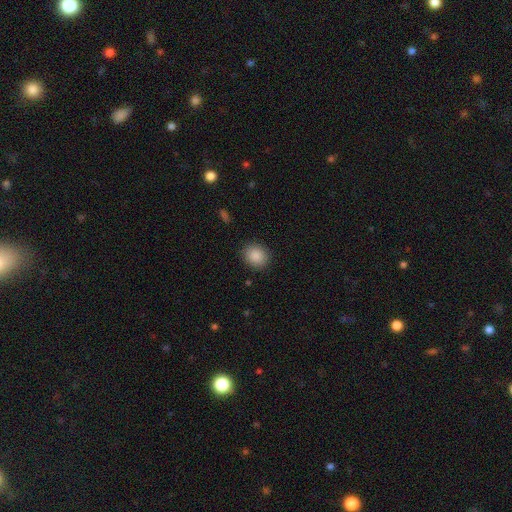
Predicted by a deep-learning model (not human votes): Overall: smooth (87%). How rounded: round (72%). Merging: none (89%).